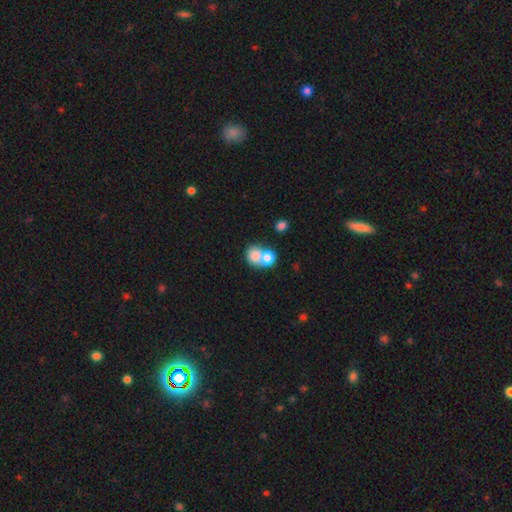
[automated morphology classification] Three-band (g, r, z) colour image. It shows a smooth galaxy with no disk features (76%) that is round (63%). Merging: merger (66%).